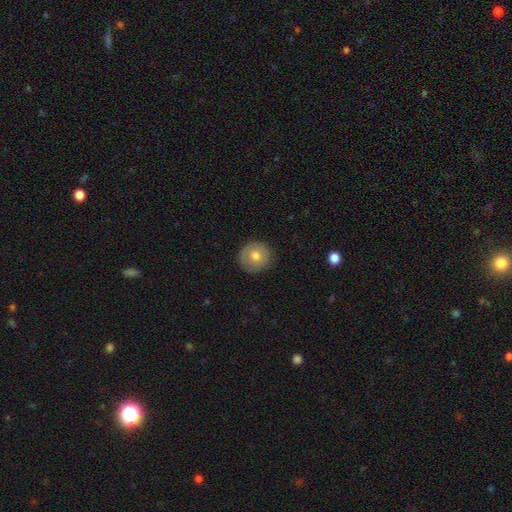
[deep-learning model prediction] This appears to be a smooth galaxy with no disk features (69%) that is round (90%). Merging: none (88%).